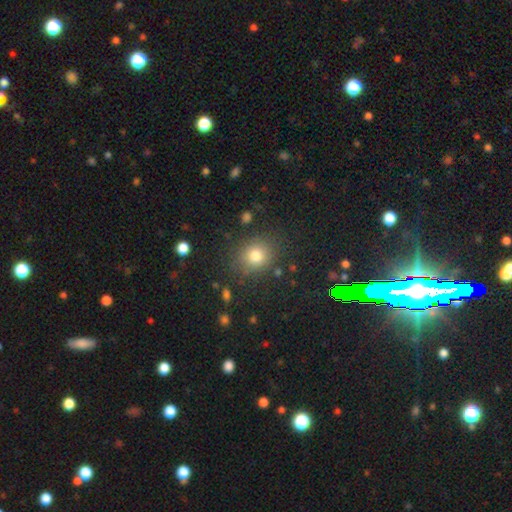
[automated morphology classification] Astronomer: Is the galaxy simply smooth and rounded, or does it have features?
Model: smooth — 78%.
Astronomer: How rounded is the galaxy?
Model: round — 74%.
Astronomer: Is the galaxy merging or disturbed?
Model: none — 83%.